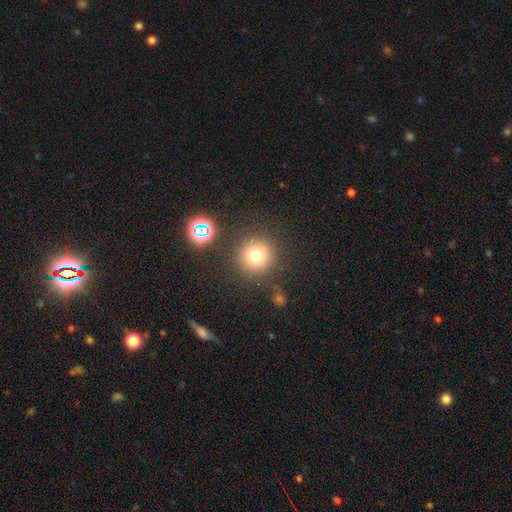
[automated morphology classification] smooth-or-featured: smooth: 73% | star or artifact: 17% | featured or disk: 10%
  how-rounded: round: 95% | in between: 5% | cigar-shaped: 1%
  merging: none: 84% | minor disturbance: 8% | major disturbance: 4% | merger: 4%